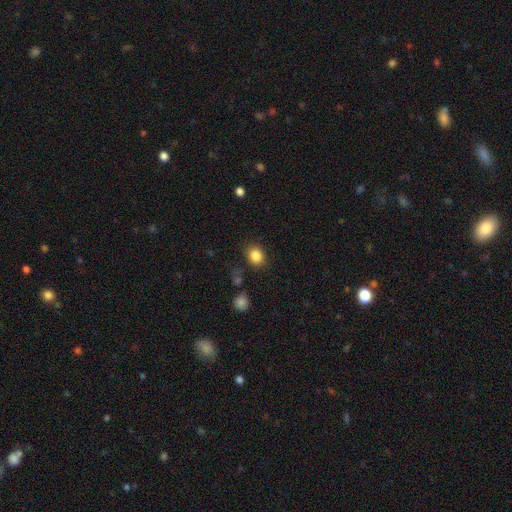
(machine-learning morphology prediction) type=smooth (85%); roundness=round (54%); merging=none (83%).